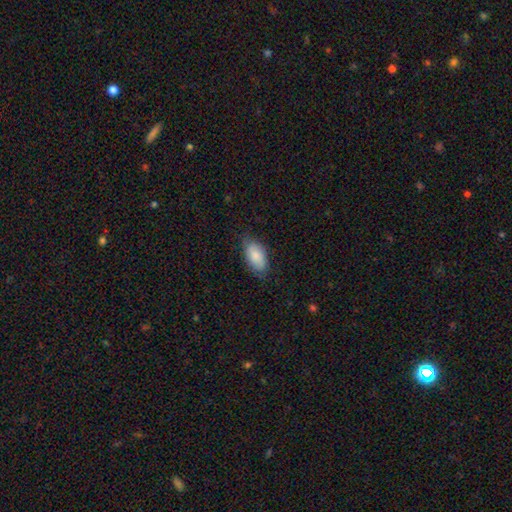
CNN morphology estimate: The model was most divided on "merging": none: 73%, minor disturbance: 21%, major disturbance: 4%, merger: 1%. More confident: how rounded — in between (94%); smooth or featured — smooth (83%).